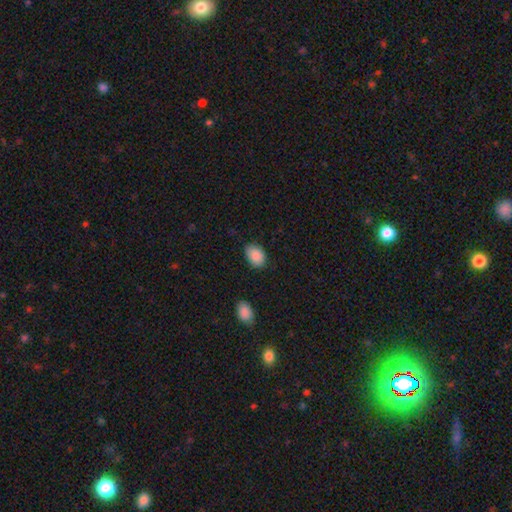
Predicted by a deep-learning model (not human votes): This is clearly a smooth galaxy (89%). How rounded: likely in between (79%). Merging: likely none (78%).